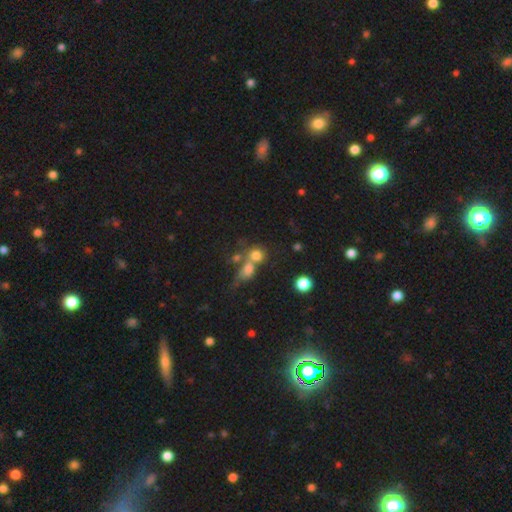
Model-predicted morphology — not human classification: Smooth or featured? Predicted: smooth (p=0.72). How rounded? Predicted: round (p=0.73). Merging? Predicted: merger (p=0.51).